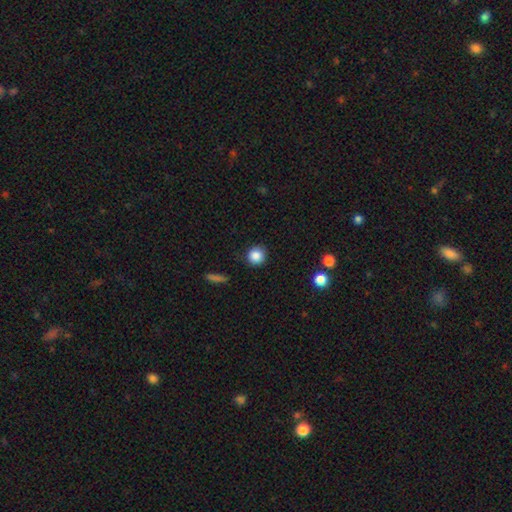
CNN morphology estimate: Smooth or featured: smooth — 86% (star or artifact — 10%)
How rounded: round — 92% (in between — 7%)
Merging: none — 89% (minor disturbance — 7%)